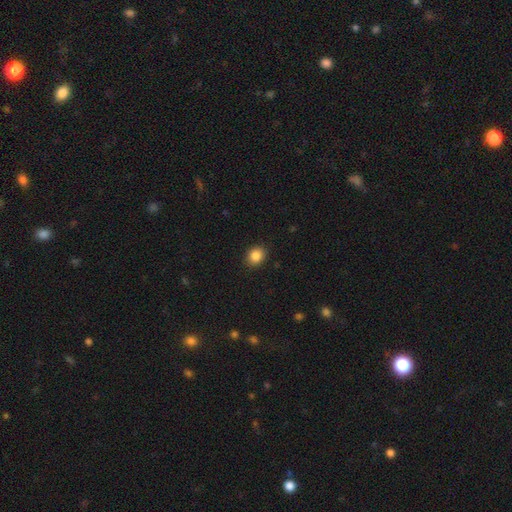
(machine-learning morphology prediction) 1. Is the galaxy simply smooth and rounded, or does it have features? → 86% smooth, 10% star or artifact, 4% featured or disk.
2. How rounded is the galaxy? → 62% round, 37% in between, 1% cigar-shaped.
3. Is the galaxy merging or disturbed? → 89% none, 7% minor disturbance, 2% major disturbance, 1% merger.